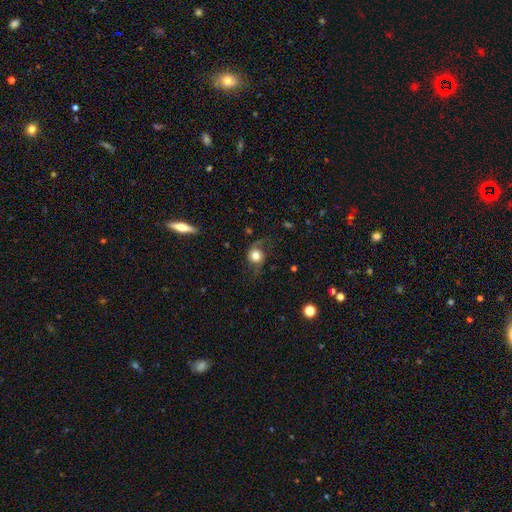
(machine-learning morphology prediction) Smooth or featured: smooth — 58% (featured or disk — 32%)
How rounded: round — 81% (in between — 18%)
Merging: none — 57% (minor disturbance — 21%)